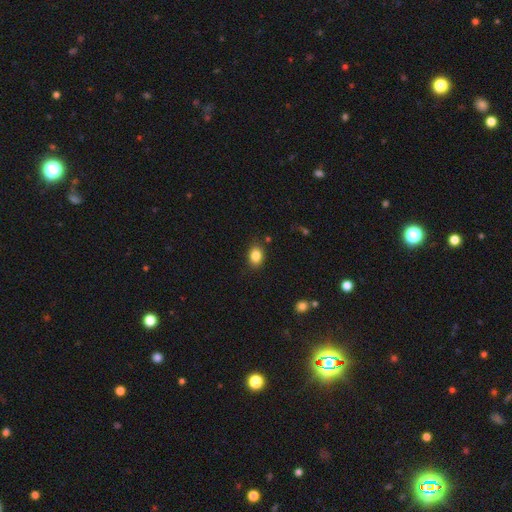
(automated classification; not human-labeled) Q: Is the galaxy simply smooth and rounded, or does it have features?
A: smooth — 84%.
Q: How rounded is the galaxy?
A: in between — 67%.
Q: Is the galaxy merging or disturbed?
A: none — 84%.